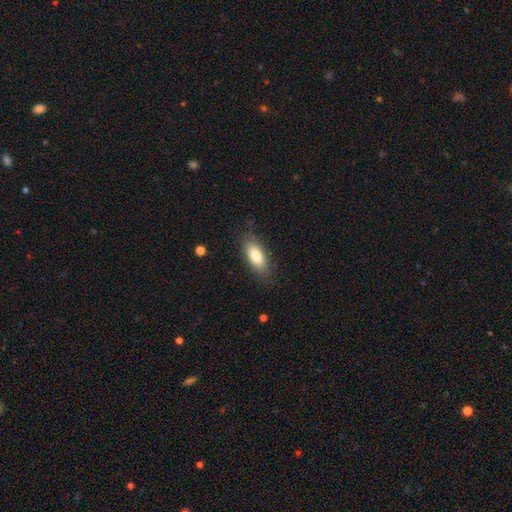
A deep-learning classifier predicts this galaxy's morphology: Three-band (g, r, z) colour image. It shows a smooth galaxy with no disk features (81%) that is in between round and cigar-shaped (80%). Merging: none (82%).